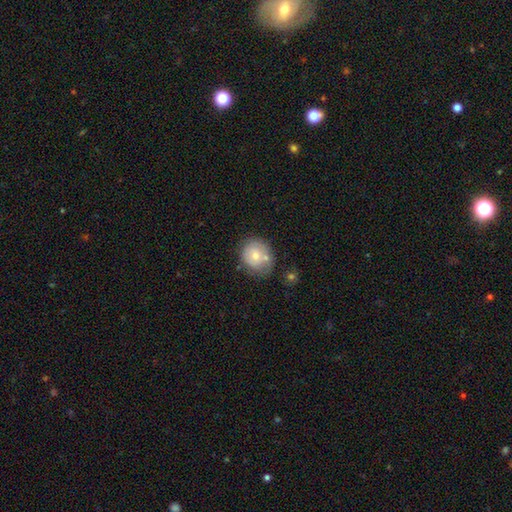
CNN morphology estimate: type=smooth (68%); roundness=round (76%); merging=none (58%).